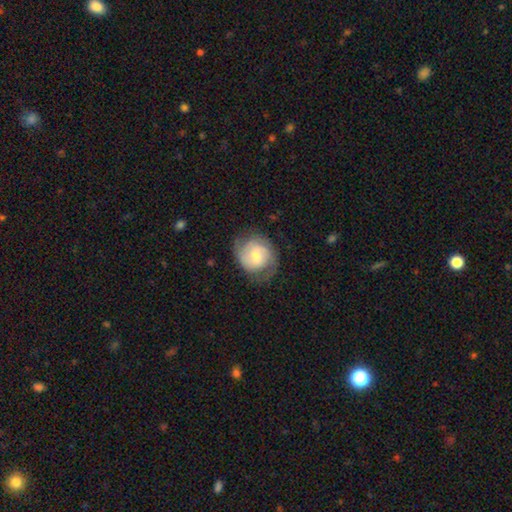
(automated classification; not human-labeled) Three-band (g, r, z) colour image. It shows a featured or disk galaxy (68%) with no bar (55%), 2 (72%) tight (44%) spiral arms (89%) and a moderate central bulge (53%). Merging: none (68%).